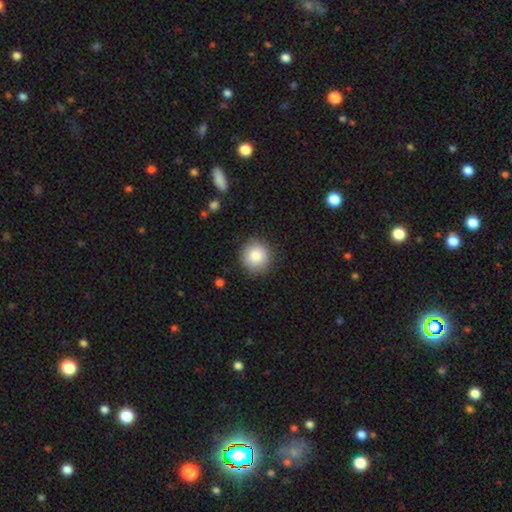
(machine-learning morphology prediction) type=smooth (84%); roundness=round (92%); merging=none (89%).